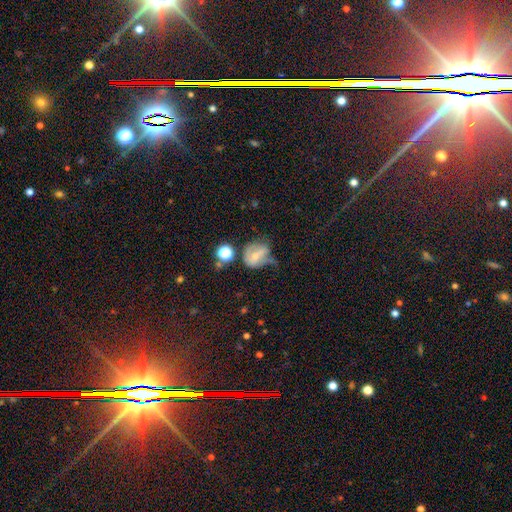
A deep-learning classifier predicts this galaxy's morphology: Smooth or featured? smooth (45%)
Merging? none (34%)